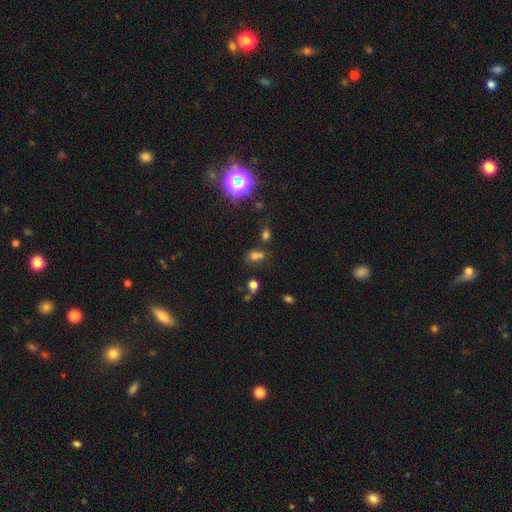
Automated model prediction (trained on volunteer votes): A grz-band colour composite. It shows a smooth galaxy with no disk features (57%) that is round (60%). Merging: none (47%).